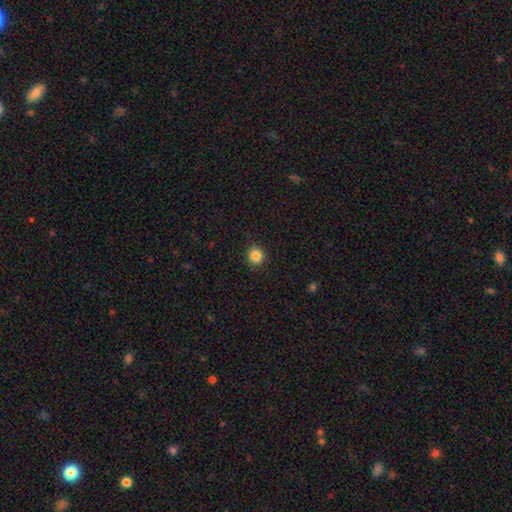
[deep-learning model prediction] Smooth or featured: smooth — 86% (star or artifact — 11%)
How rounded: round — 89% (in between — 10%)
Merging: none — 89% (minor disturbance — 7%)